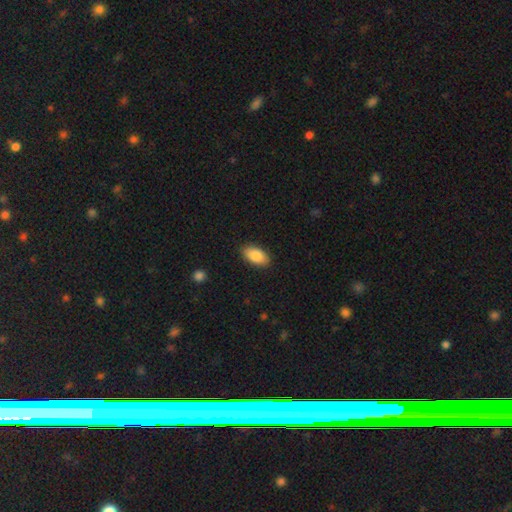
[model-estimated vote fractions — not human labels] A smooth galaxy with no disk features (87%) that is in between round and cigar-shaped (93%). Merging: none (88%).